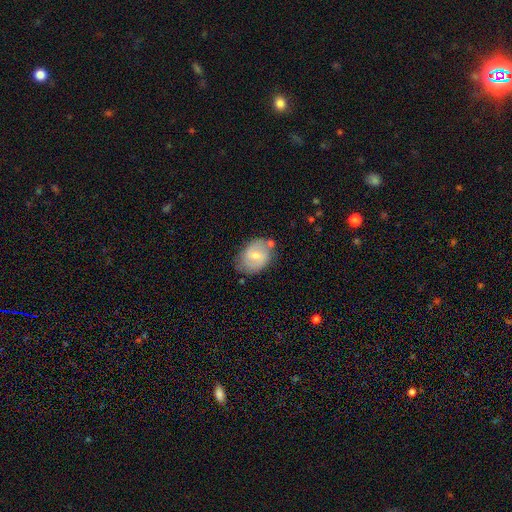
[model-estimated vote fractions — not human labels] Smooth or featured? Predicted: smooth (p=0.47). Merging? Predicted: none (p=0.68).